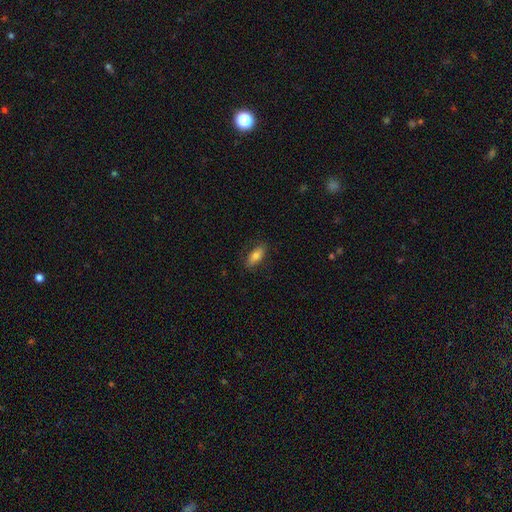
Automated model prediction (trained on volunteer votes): Smooth or featured: smooth — 76% (featured or disk — 17%)
How rounded: in between — 83% (cigar-shaped — 14%)
Merging: none — 82% (minor disturbance — 14%)